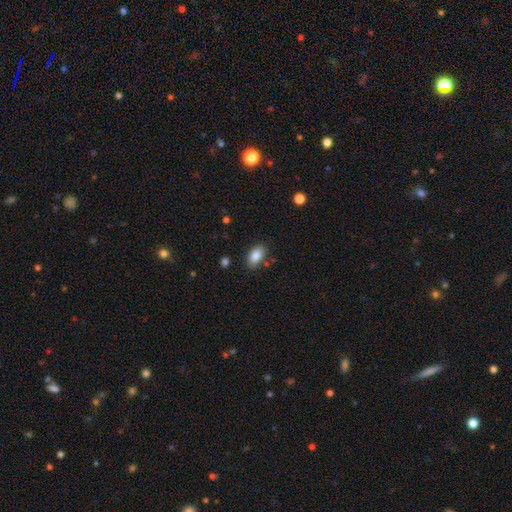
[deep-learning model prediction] Morphology: type=smooth (86%); roundness=in between (92%); merging=none (82%).